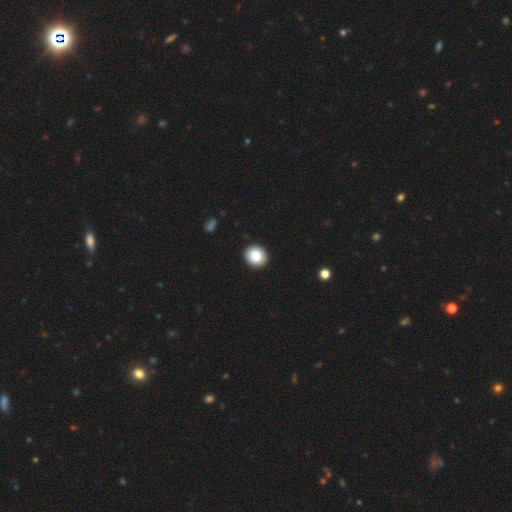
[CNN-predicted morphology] Smooth or featured? smooth (83%)
How rounded? round (84%)
Merging? none (93%)